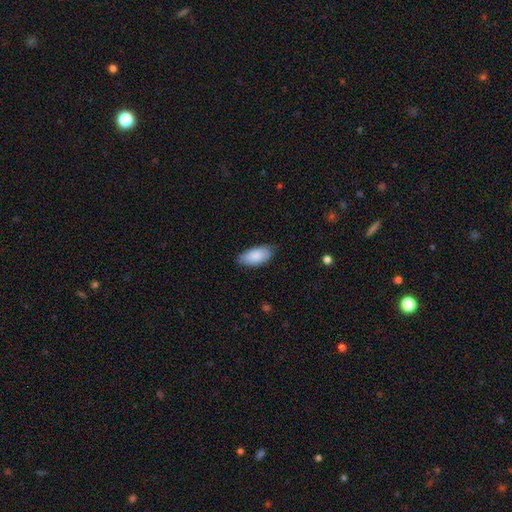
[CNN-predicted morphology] This appears to be a smooth galaxy with no disk features (87%) that is in between round and cigar-shaped (92%). Merging: none (78%).